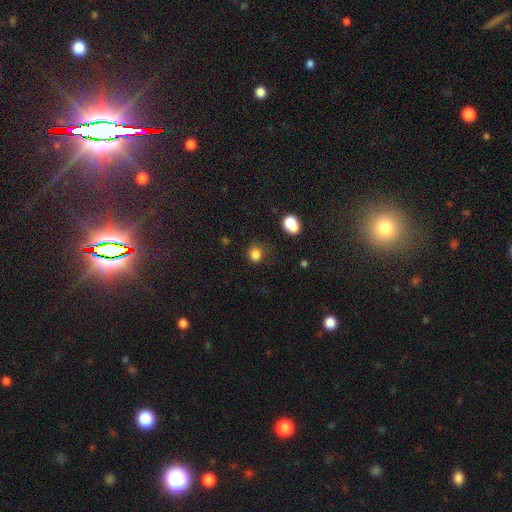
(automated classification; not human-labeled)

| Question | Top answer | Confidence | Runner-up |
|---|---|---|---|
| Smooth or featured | smooth | 82% | star or artifact (13%) |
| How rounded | round | 83% | in between (16%) |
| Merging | none | 77% | minor disturbance (15%) |